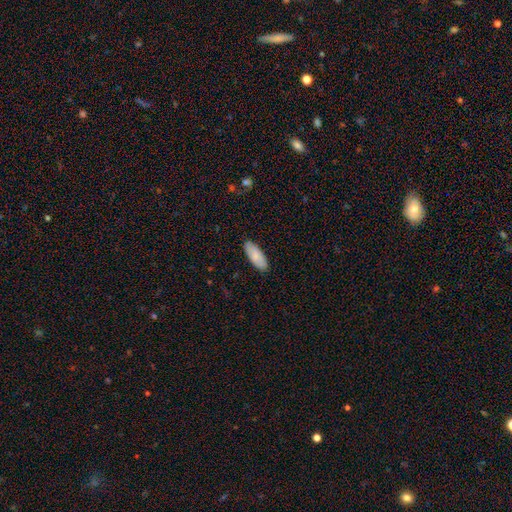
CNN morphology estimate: smooth 87%, featured or disk 8%, star or artifact 5%. Down the decision tree: how rounded — in between (78%); merging — none (87%).